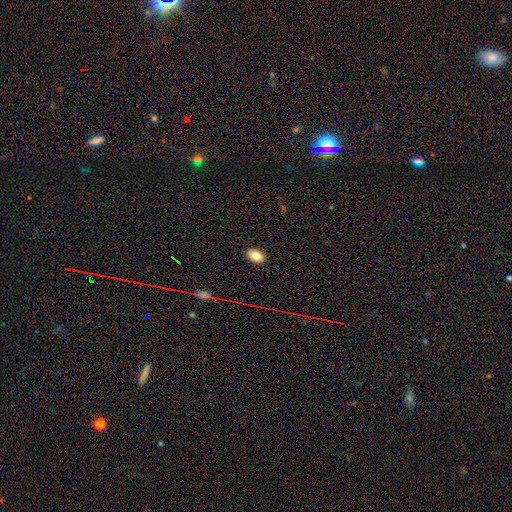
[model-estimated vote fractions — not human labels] This appears to be a smooth galaxy with no disk features (82%) that is in between round and cigar-shaped (84%). Merging: none (89%).